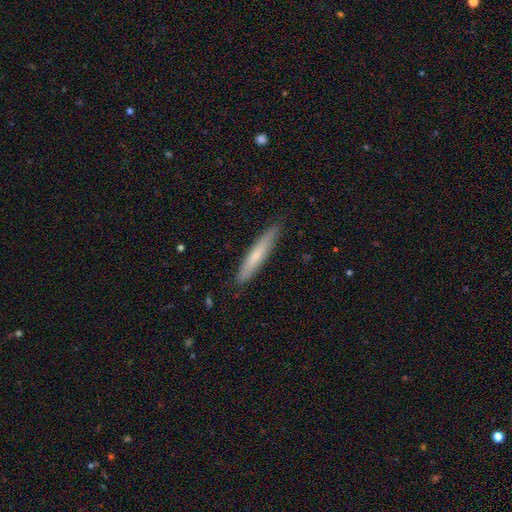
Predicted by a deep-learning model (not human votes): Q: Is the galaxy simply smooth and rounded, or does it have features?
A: smooth — 64%.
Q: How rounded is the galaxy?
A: cigar-shaped — 93%.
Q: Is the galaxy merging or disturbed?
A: none — 89%.